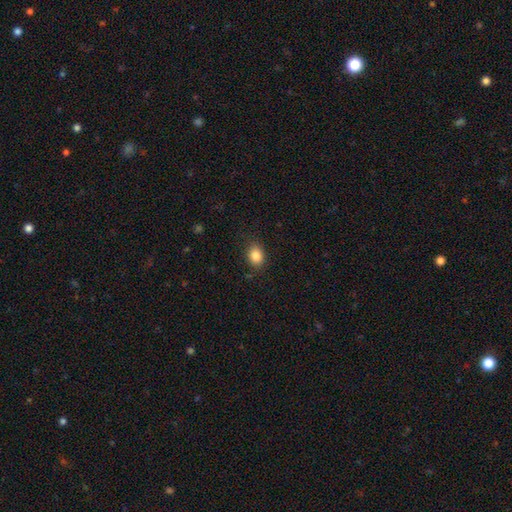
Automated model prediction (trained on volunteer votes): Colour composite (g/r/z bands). It shows a smooth galaxy with no disk features (85%) that is in between round and cigar-shaped (57%). Merging: none (84%).